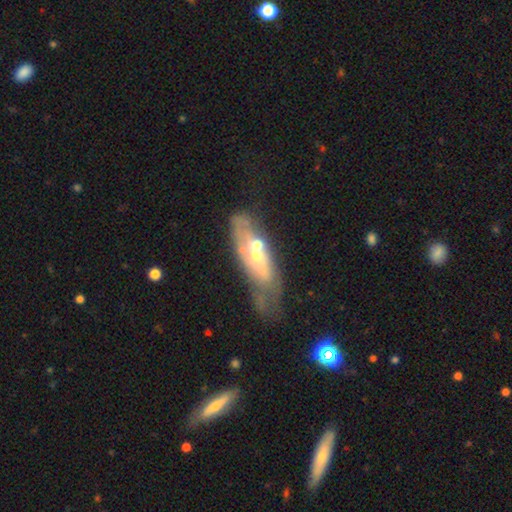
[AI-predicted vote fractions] Overall: featured or disk (58%; smooth 34%). Edge-on disk: no (79%). Merging: none (31%; minor disturbance 25%).